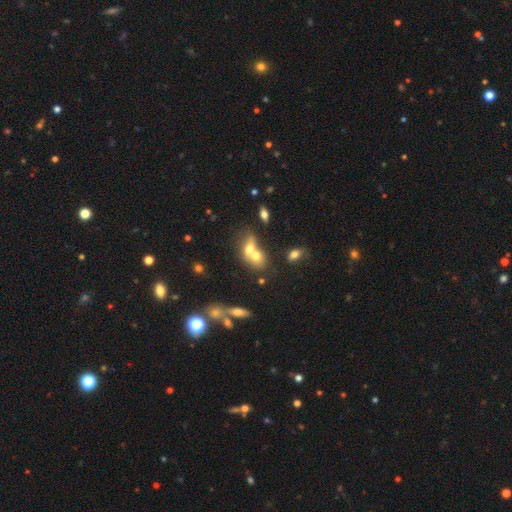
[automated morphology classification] Smooth or featured? Predicted: smooth (p=0.63). How rounded? Predicted: in between (p=0.61). Merging? Predicted: merger (p=0.68).